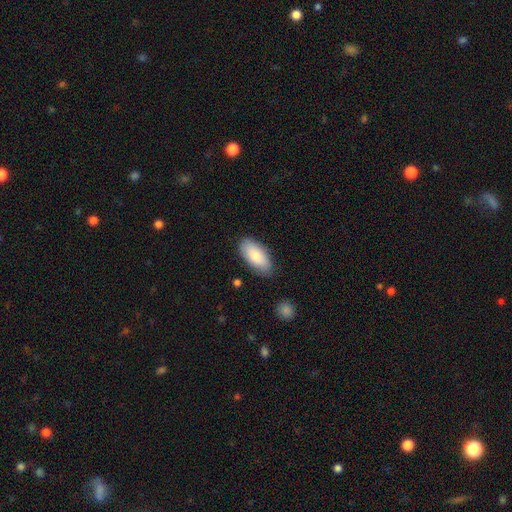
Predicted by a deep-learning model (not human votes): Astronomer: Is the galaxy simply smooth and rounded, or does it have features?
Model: smooth — 81%.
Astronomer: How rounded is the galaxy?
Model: in between — 92%.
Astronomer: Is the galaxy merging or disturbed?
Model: none — 82%.